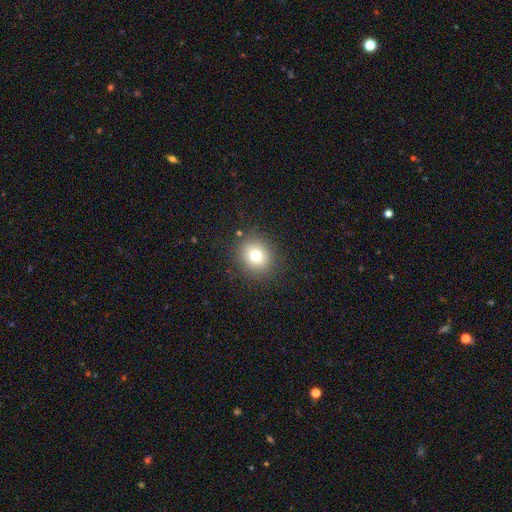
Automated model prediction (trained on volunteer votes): Smooth or featured?
  - smooth: 75% *
  - star or artifact: 14%
  - featured or disk: 11%
How rounded?
  - round: 78% *
  - in between: 21%
  - cigar-shaped: 1%
Merging?
  - none: 87% *
  - minor disturbance: 8%
  - major disturbance: 3%
  - merger: 1%